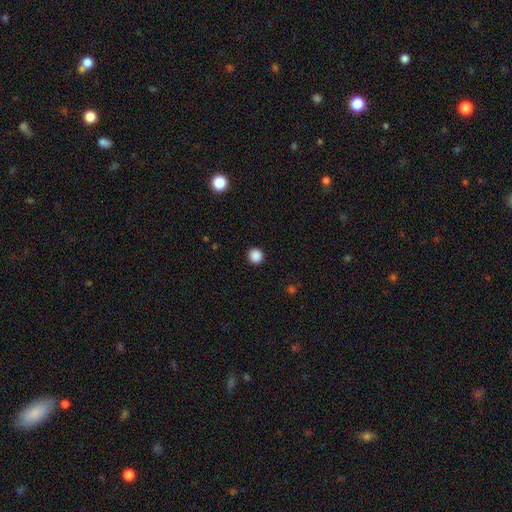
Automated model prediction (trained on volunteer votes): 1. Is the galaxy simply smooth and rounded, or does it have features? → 88% smooth, 10% star or artifact, 2% featured or disk.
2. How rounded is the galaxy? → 95% round, 4% in between, 1% cigar-shaped.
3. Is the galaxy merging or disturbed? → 93% none, 4% minor disturbance, 2% major disturbance, 1% merger.